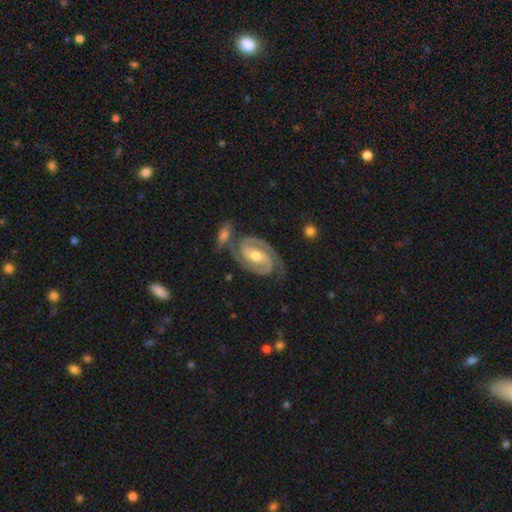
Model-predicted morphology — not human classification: This is clearly a featured or disk galaxy (91%). It is clearly not viewed edge-on (97%). Bar: marginally weak (41%). Spiral arm pattern: clearly yes (98%). Spiral arm count: clearly 2 (91%). Spiral winding: possibly tight (56%). Central bulge: likely moderate (68%). Merging: likely none (70%).